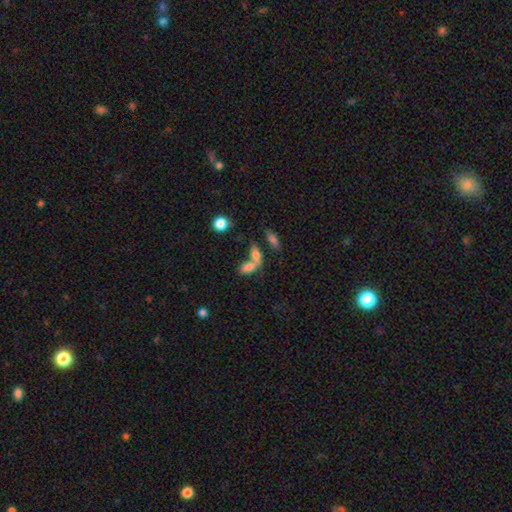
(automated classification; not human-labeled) Smooth or featured: smooth — 74% (featured or disk — 15%)
How rounded: in between — 75% (cigar-shaped — 17%)
Merging: merger — 52% (none — 34%)